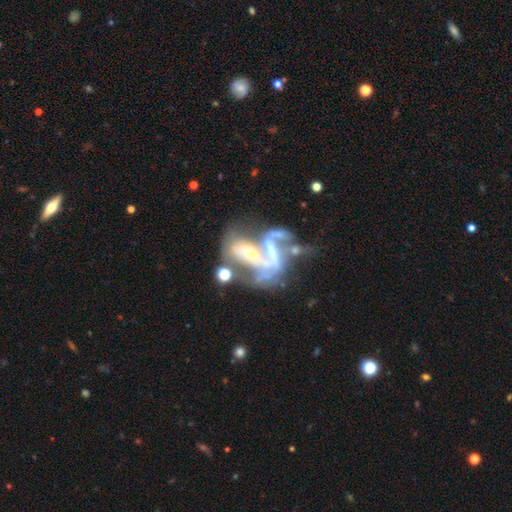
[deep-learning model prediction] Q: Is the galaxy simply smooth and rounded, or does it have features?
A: featured or disk — 79%.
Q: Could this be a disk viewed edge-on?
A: no — 95%.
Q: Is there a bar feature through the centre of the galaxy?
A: no — 37%.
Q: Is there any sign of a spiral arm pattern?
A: yes — 73%.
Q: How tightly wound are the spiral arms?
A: loose — 47%.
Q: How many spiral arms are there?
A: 2 — 56%.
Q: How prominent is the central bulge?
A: small — 51%.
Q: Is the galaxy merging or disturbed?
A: merger — 57%.